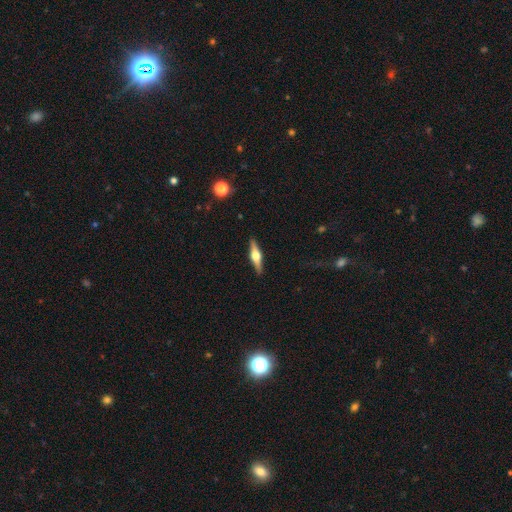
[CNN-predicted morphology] featured or disk 71%, smooth 24%, star or artifact 6%. Down the decision tree: edge-on disk — yes (97%); edge-on bulge — rounded (94%); merging — none (90%).